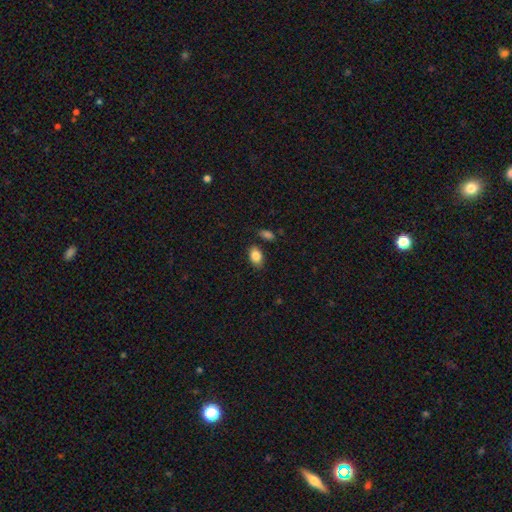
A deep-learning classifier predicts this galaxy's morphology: This is clearly a smooth galaxy (86%). How rounded: clearly in between (87%). Merging: clearly none (81%).